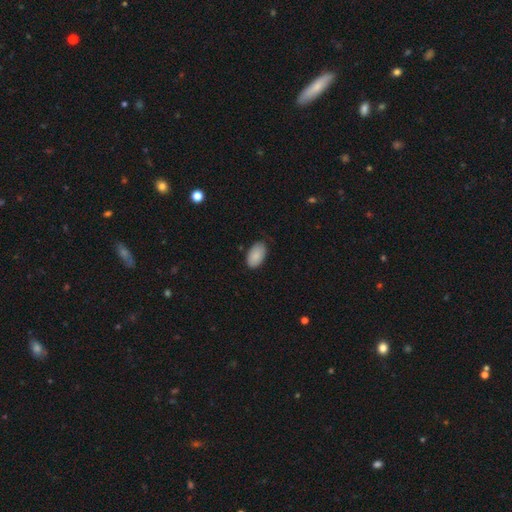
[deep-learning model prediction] Overall: smooth (88%). How rounded: in between (95%). Merging: none (73%).